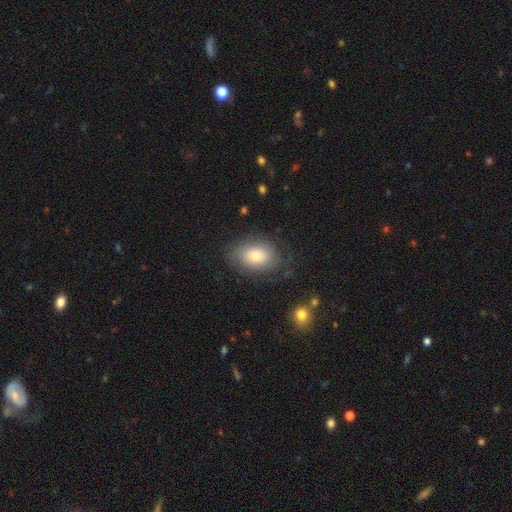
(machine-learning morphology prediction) smooth_or_featured: smooth (p=0.60) [alt: featured or disk p=0.31]
how_rounded: in between (p=0.85) [alt: round p=0.14]
merging: none (p=0.72) [alt: minor disturbance p=0.19]